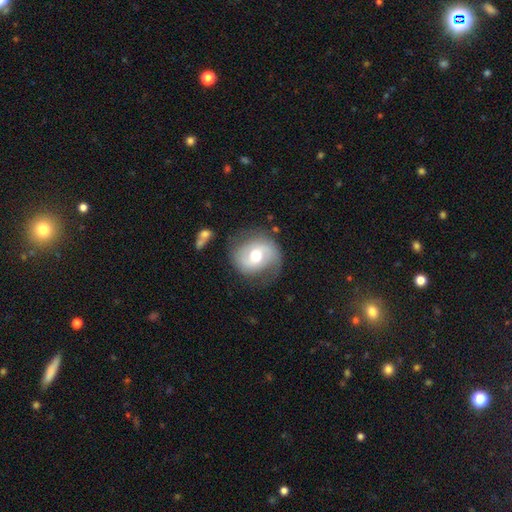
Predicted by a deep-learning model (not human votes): Morphology: type=featured or disk (67%); edge-on=no (97%); bar=weak (43%); spiral arms=yes (84%); winding=medium (45%); arm count=2 (83%); bulge=moderate (73%); merging=none (67%).